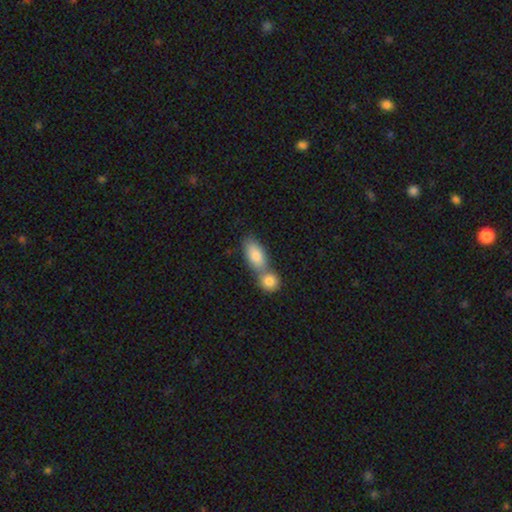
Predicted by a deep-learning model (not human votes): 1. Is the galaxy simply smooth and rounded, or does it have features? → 82% smooth, 11% featured or disk, 7% star or artifact.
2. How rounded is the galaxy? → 85% in between, 8% cigar-shaped, 7% round.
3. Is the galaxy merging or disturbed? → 58% merger, 31% none, 7% minor disturbance, 3% major disturbance.